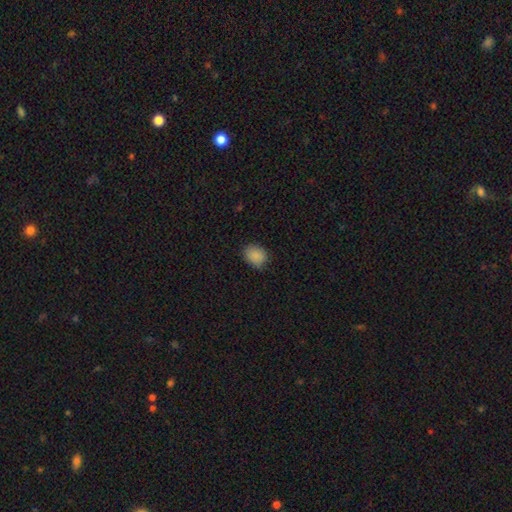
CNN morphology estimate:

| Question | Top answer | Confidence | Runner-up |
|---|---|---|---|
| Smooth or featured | smooth | 87% | star or artifact (9%) |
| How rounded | round | 52% | in between (47%) |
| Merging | none | 80% | minor disturbance (16%) |